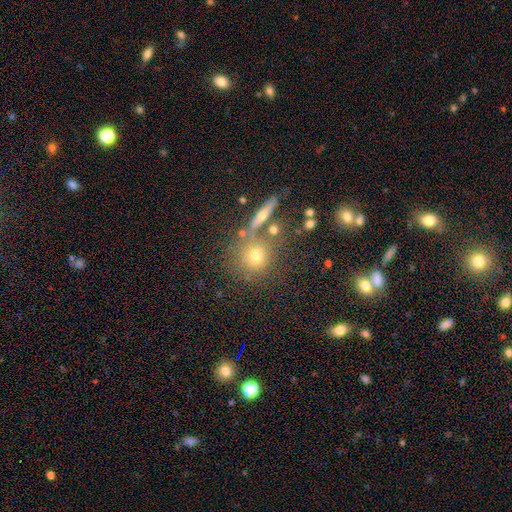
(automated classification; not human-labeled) A smooth galaxy with no disk features (63%) that is round (85%). Merging: none (68%).